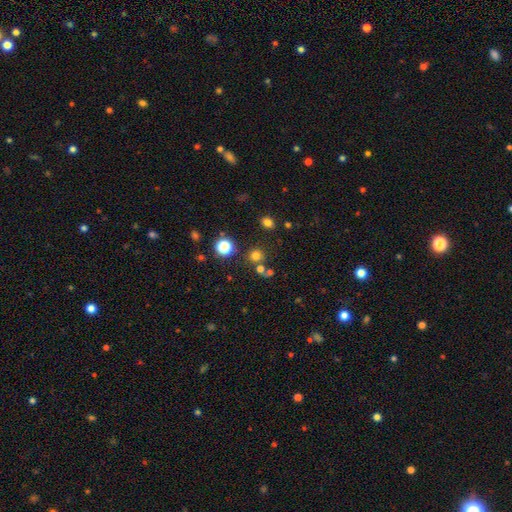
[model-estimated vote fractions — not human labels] This appears to be a smooth galaxy with no disk features (68%) that is round (90%). Merging: none (73%).